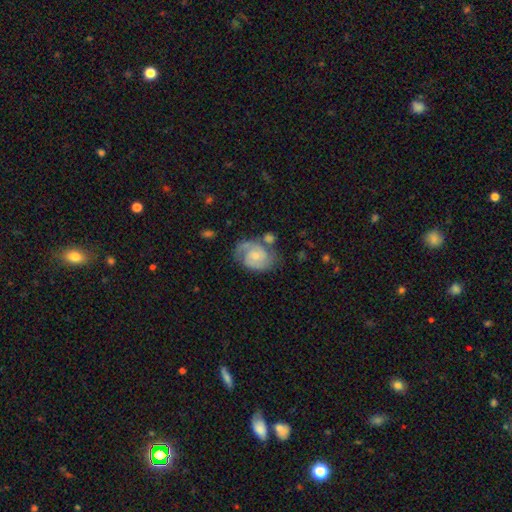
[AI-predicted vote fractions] The model was most divided on "spiral winding": medium: 45%, tight: 44%, loose: 11%. More confident: edge-on disk — no (98%); spiral arms — yes (96%); spiral arm count — 2 (83%); smooth or featured — featured or disk (83%); merging — none (62%); bar — no (59%); bulge size — small (57%).